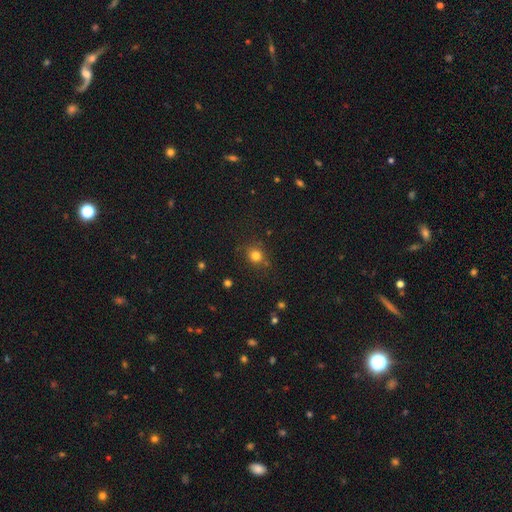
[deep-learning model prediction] Q: Smooth or featured?
A: smooth (78%); runner-up: star or artifact (16%)
Q: How rounded?
A: round (82%); runner-up: in between (17%)
Q: Merging?
A: none (79%); runner-up: minor disturbance (13%)